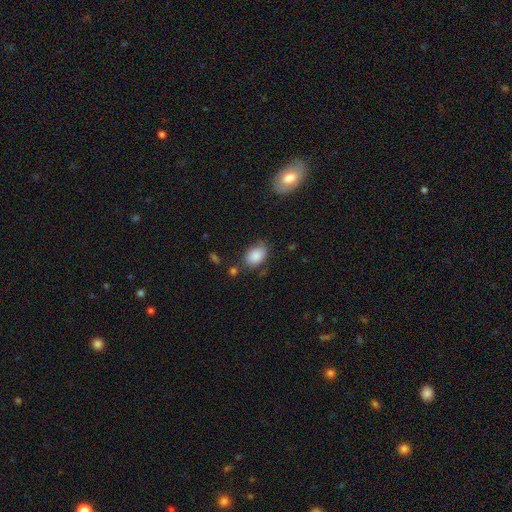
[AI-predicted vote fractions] Smooth or featured? Predicted: smooth (p=0.86). How rounded? Predicted: in between (p=0.84). Merging? Predicted: none (p=0.69).